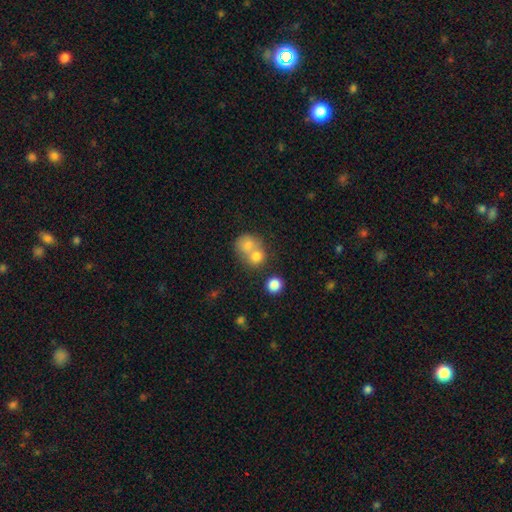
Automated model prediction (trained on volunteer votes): A smooth galaxy with no disk features (72%) that is round (74%).

Vote fractions:
- Smooth or featured? smooth: 72% / featured or disk: 17% / star or artifact: 11%
- How rounded? round: 74% / in between: 25% / cigar-shaped: 1%
- Merging? merger: 62% / none: 29% / minor disturbance: 6% / major disturbance: 3%